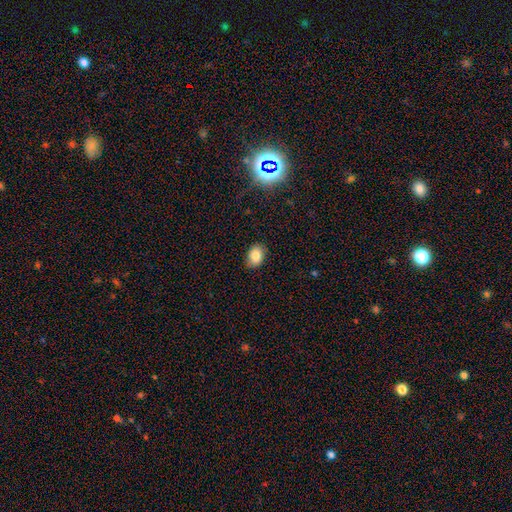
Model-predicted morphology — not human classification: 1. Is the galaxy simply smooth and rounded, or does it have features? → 83% smooth, 9% star or artifact, 7% featured or disk.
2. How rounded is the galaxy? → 77% in between, 22% round, 1% cigar-shaped.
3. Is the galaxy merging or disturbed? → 85% none, 11% minor disturbance, 2% major disturbance, 1% merger.